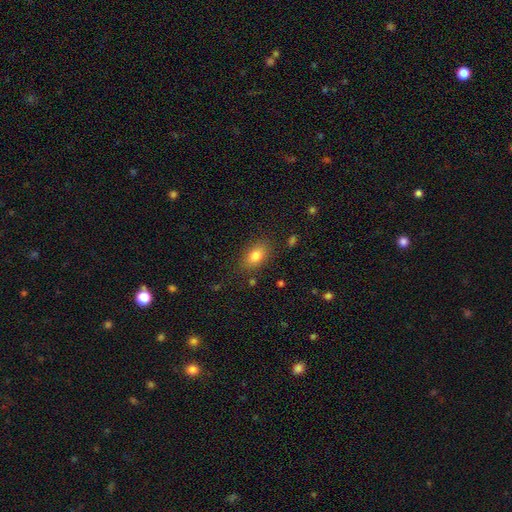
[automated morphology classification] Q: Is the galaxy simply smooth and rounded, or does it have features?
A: smooth — 82%.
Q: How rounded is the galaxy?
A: in between — 84%.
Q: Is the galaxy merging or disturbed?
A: none — 82%.